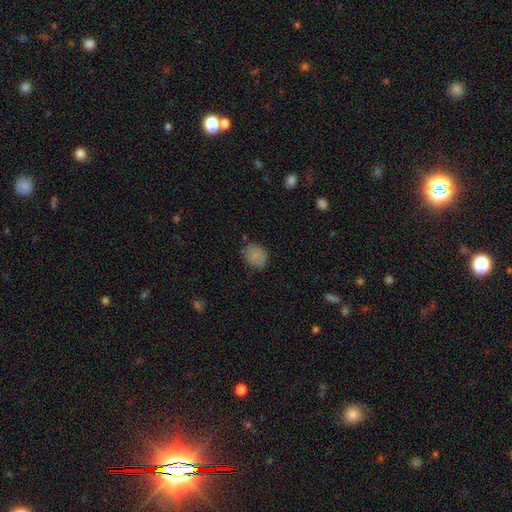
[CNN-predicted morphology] Smooth or featured?
  - smooth: 82% *
  - star or artifact: 11%
  - featured or disk: 7%
How rounded?
  - round: 56% *
  - in between: 43%
  - cigar-shaped: 1%
Merging?
  - none: 69% *
  - minor disturbance: 22%
  - major disturbance: 5%
  - merger: 3%